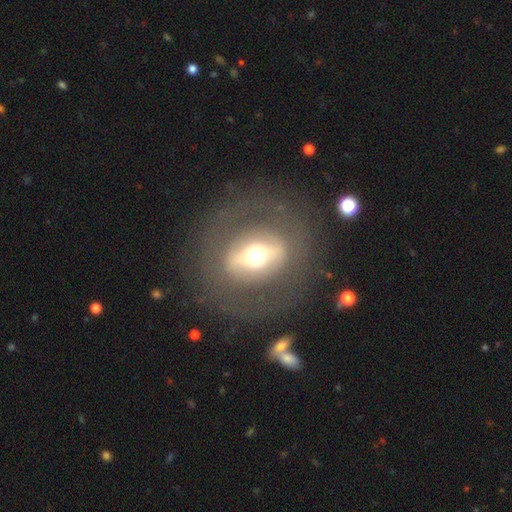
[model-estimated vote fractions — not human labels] Morphology: type=featured or disk (58%); edge-on=no (85%); merging=none (78%).